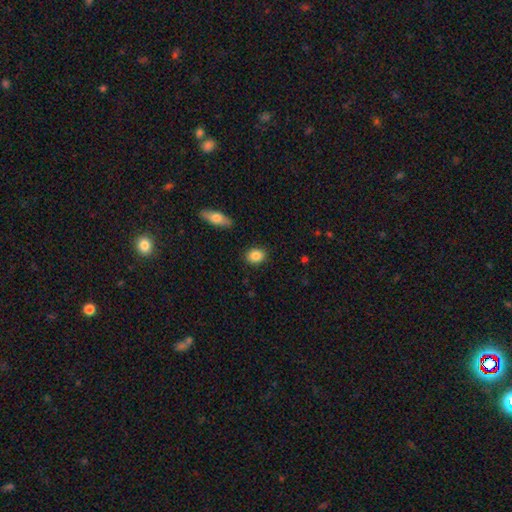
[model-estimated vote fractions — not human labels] Morphology: type=smooth (86%); roundness=in between (51%); merging=none (88%).